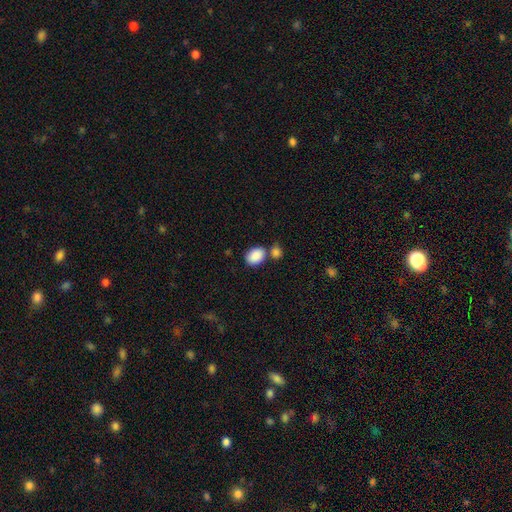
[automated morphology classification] smooth 88%, star or artifact 7%, featured or disk 4%. Down the decision tree: how rounded — in between (70%); merging — none (57%).